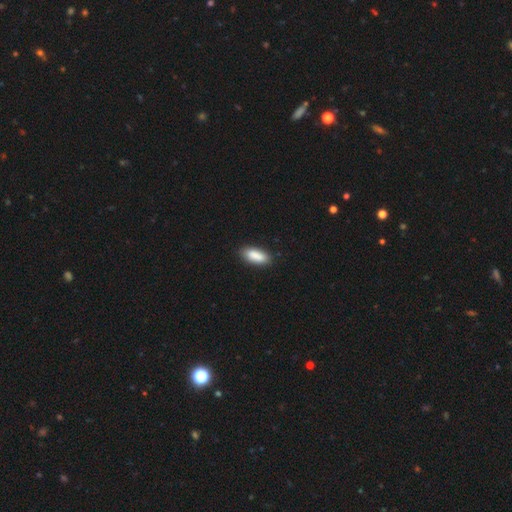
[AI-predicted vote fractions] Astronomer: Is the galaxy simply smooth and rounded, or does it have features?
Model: smooth — 88%.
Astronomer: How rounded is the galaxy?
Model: in between — 77%.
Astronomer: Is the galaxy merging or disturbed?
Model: none — 86%.